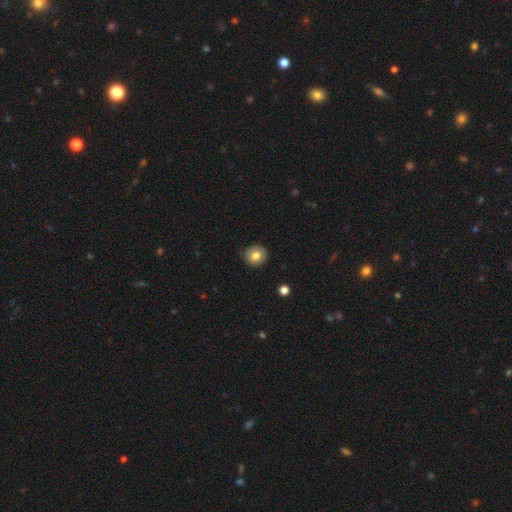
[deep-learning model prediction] Smooth or featured? Predicted: smooth (p=0.75). How rounded? Predicted: round (p=0.85). Merging? Predicted: none (p=0.82).